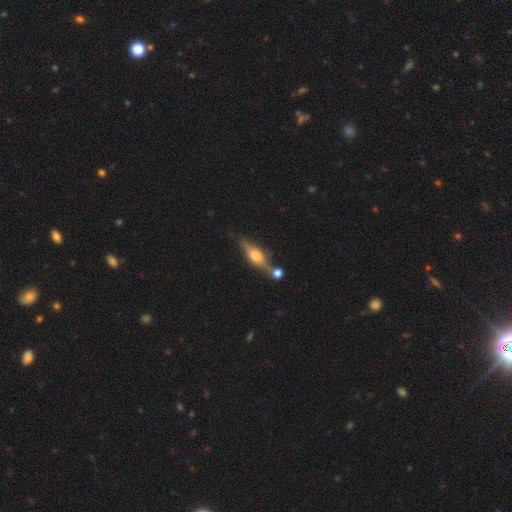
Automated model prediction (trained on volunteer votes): Smooth or featured: featured or disk — 59% (smooth — 33%)
Edge-on disk: yes — 91% (no — 9%)
Edge-on bulge: rounded — 87% (boxy — 11%)
Merging: none — 61% (merger — 19%)